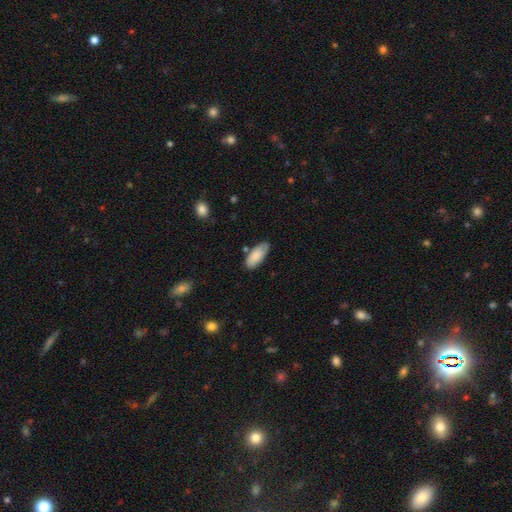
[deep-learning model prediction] Smooth or featured?
  - smooth: 86% *
  - featured or disk: 9%
  - star or artifact: 6%
How rounded?
  - in between: 86% *
  - cigar-shaped: 12%
  - round: 2%
Merging?
  - none: 76% *
  - minor disturbance: 18%
  - merger: 4%
  - major disturbance: 3%